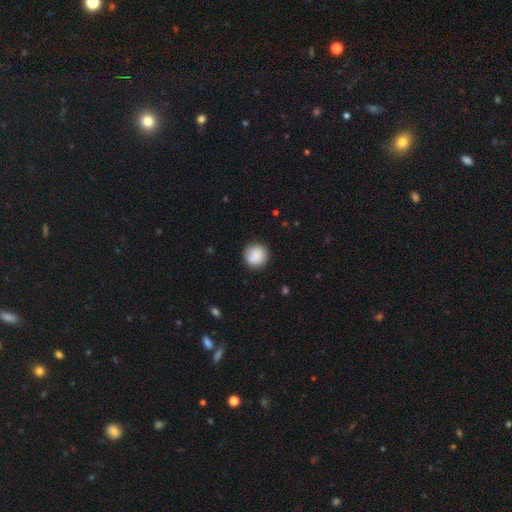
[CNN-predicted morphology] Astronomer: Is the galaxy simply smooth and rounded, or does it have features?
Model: smooth — 86%.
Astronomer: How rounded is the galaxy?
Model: round — 92%.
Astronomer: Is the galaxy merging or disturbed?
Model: none — 84%.